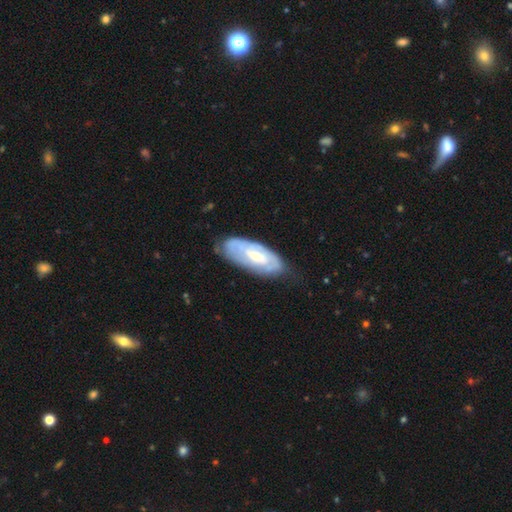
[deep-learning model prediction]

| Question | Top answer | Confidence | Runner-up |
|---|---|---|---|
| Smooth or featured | featured or disk | 62% | smooth (32%) |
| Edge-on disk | no | 86% | yes (14%) |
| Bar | no | 50% | weak (39%) |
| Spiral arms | yes | 72% | no (28%) |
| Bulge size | moderate | 51% | small (37%) |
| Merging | none | 68% | minor disturbance (25%) |